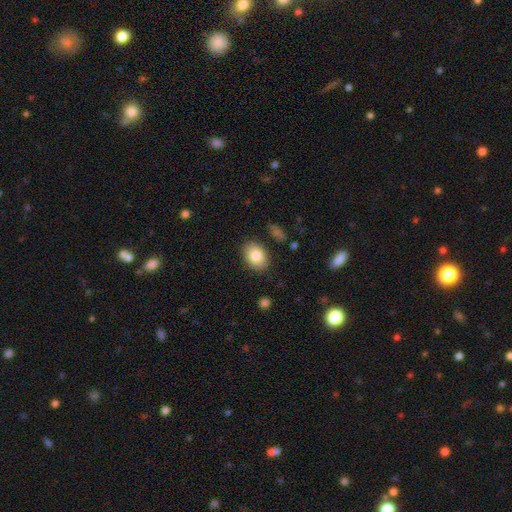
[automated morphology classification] smooth_or_featured: smooth (p=0.83) [alt: featured or disk p=0.09]
how_rounded: in between (p=0.75) [alt: round p=0.24]
merging: none (p=0.86) [alt: minor disturbance p=0.10]